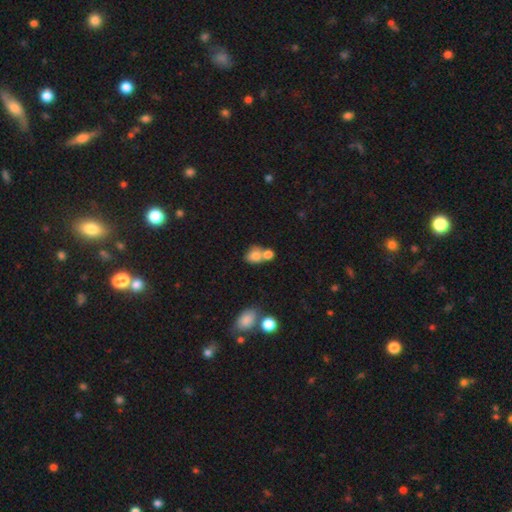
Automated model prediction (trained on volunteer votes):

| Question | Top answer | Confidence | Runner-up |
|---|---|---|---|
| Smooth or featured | smooth | 77% | featured or disk (12%) |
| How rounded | round | 53% | in between (45%) |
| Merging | merger | 51% | none (35%) |